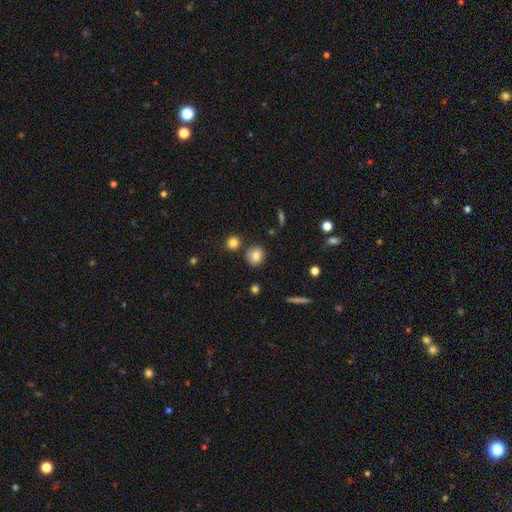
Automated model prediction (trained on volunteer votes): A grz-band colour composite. It shows a smooth galaxy with no disk features (81%) that is round (81%). Merging: none (82%).